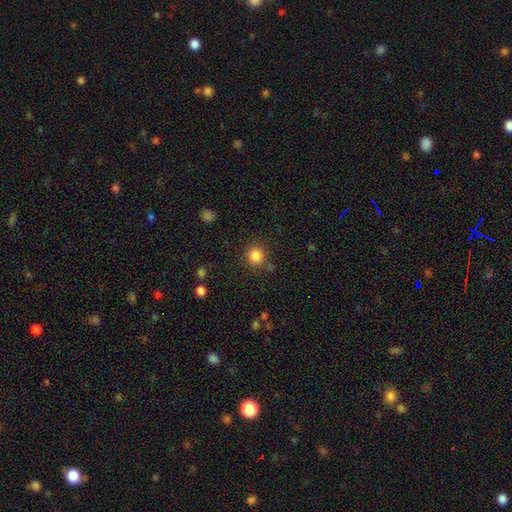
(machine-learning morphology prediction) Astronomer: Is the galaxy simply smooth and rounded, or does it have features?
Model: smooth — 85%.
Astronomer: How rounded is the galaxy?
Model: round — 92%.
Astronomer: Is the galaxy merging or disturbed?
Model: none — 85%.